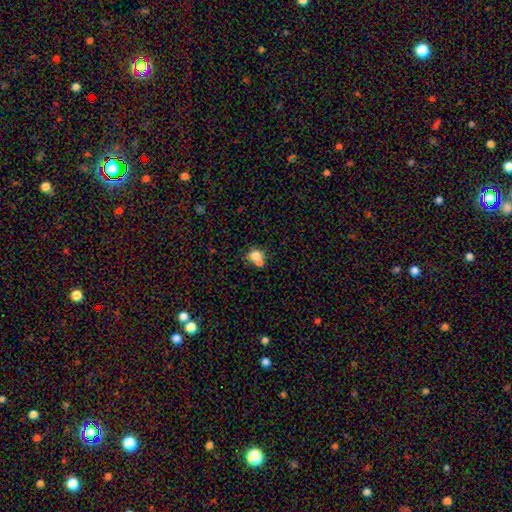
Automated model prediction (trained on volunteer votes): smooth_or_featured: smooth (p=0.74) [alt: featured or disk p=0.14]
how_rounded: round (p=0.64) [alt: in between p=0.35]
merging: merger (p=0.51) [alt: none p=0.37]